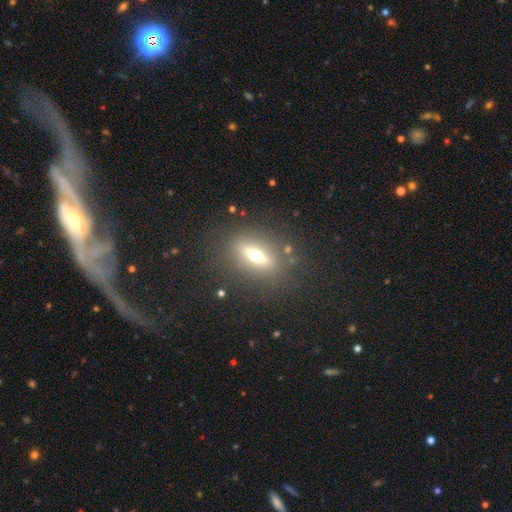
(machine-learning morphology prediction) This is possibly a featured or disk galaxy (46%). Merging: clearly none (81%).